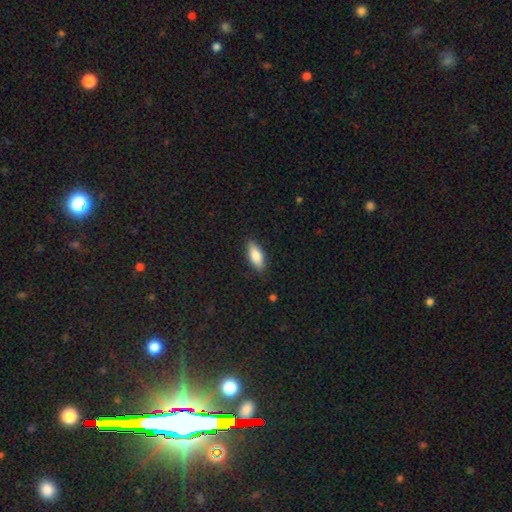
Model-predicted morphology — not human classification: This appears to be a smooth galaxy with no disk features (84%) that is in between round and cigar-shaped (78%). Merging: none (87%).